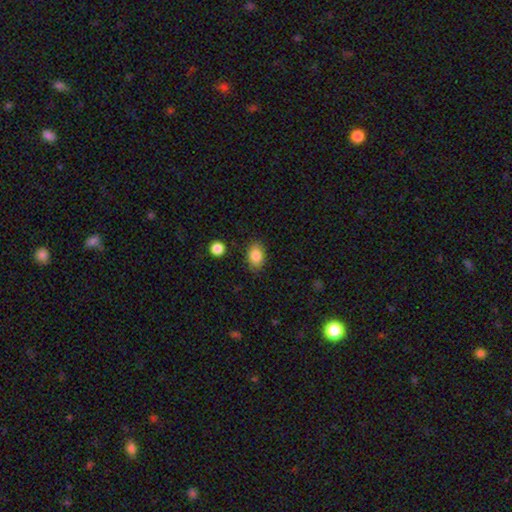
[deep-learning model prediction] smooth-or-featured: smooth: 86% | star or artifact: 8% | featured or disk: 6%
  how-rounded: in between: 81% | round: 17% | cigar-shaped: 1%
  merging: none: 85% | minor disturbance: 10% | major disturbance: 3% | merger: 2%